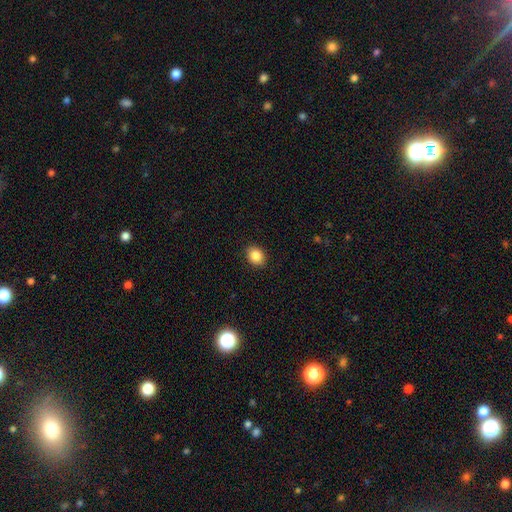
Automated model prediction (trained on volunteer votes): Overall: smooth (86%). How rounded: in between (51%; round 48%). Merging: none (90%).